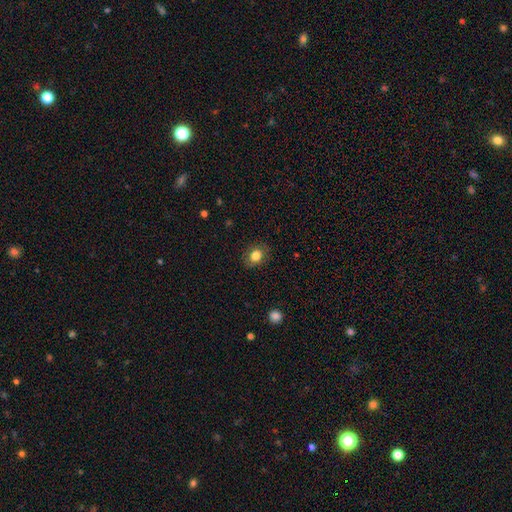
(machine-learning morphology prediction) Smooth or featured: smooth — 81% (star or artifact — 10%)
How rounded: round — 56% (in between — 43%)
Merging: none — 84% (minor disturbance — 11%)